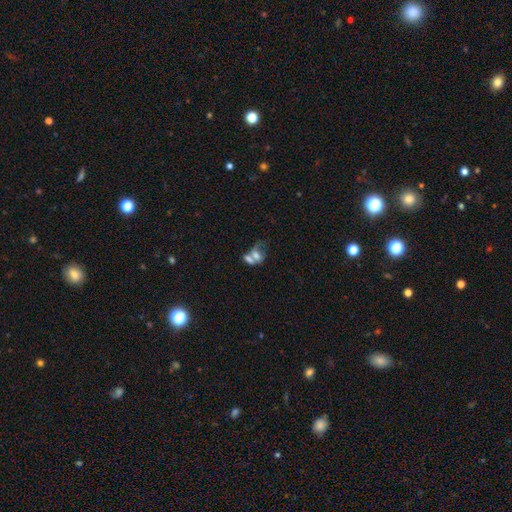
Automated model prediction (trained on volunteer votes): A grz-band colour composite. It shows a smooth galaxy with no disk features (53%) that is in between round and cigar-shaped (71%). Merging: merger (61%).